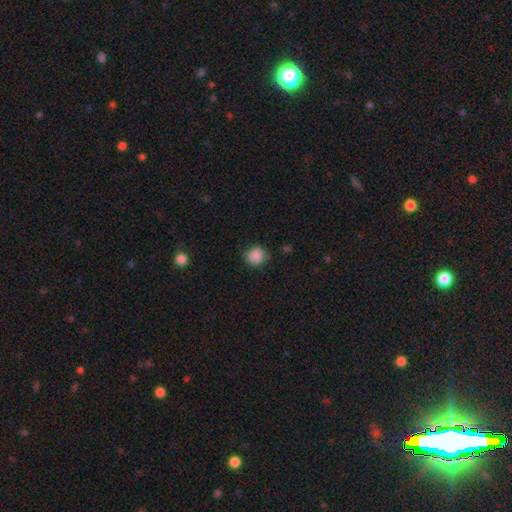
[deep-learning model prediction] Smooth or featured? Predicted: smooth (p=0.87). How rounded? Predicted: round (p=0.88). Merging? Predicted: none (p=0.81).